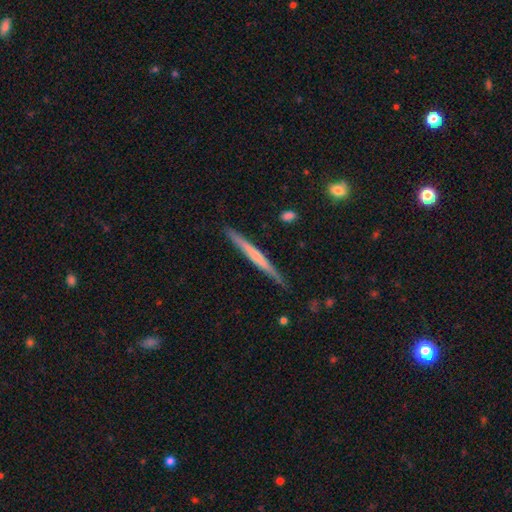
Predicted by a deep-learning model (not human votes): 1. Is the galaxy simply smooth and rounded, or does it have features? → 53% featured or disk, 41% smooth, 6% star or artifact.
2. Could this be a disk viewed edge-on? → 97% yes, 3% no.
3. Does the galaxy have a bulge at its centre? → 66% none, 25% rounded, 9% boxy.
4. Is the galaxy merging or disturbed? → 87% none, 10% minor disturbance, 2% major disturbance, 1% merger.